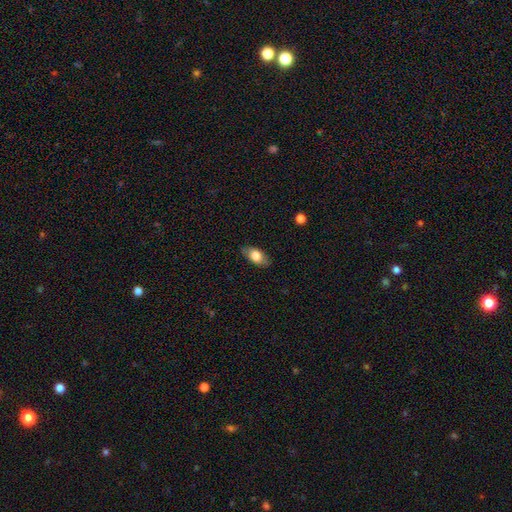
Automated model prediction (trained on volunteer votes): Overall: smooth (75%). How rounded: in between (91%). Merging: none (84%).